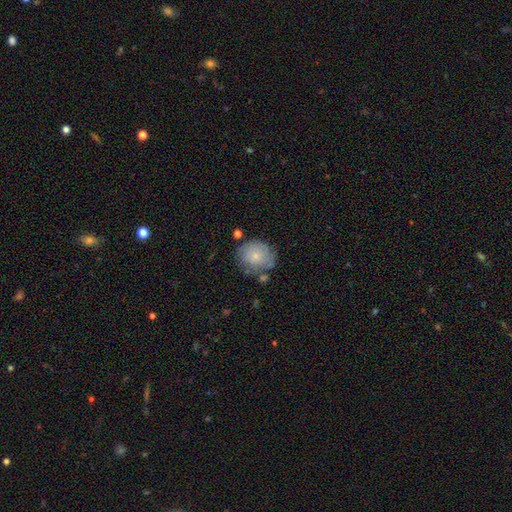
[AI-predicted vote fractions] Smooth or featured?
  - smooth: 72% *
  - featured or disk: 21%
  - star or artifact: 7%
How rounded?
  - round: 74% *
  - in between: 25%
  - cigar-shaped: 1%
Merging?
  - none: 64% *
  - minor disturbance: 23%
  - major disturbance: 7%
  - merger: 6%